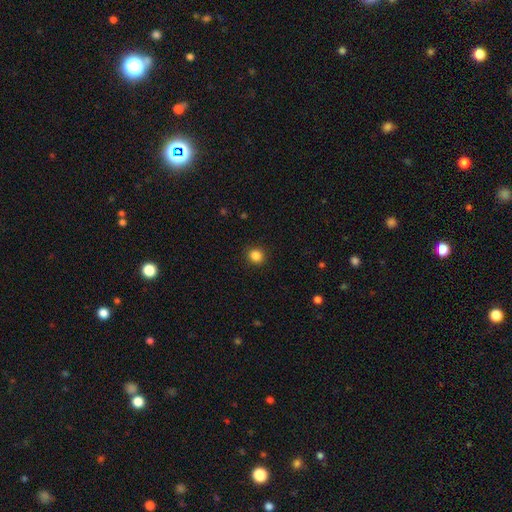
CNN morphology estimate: Overall: smooth (86%). How rounded: round (85%). Merging: none (91%).